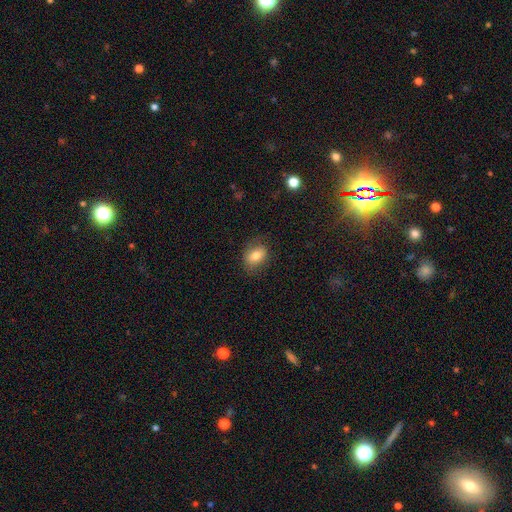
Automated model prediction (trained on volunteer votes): smooth 77%, featured or disk 14%, star or artifact 9%. Down the decision tree: how rounded — in between (71%); merging — none (78%).